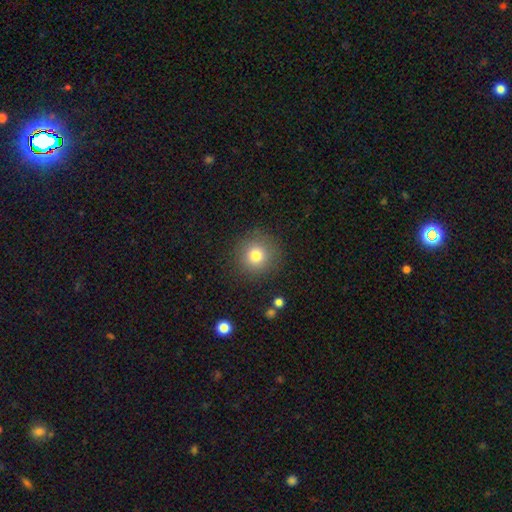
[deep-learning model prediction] Overall: smooth (79%). How rounded: round (94%). Merging: none (88%).